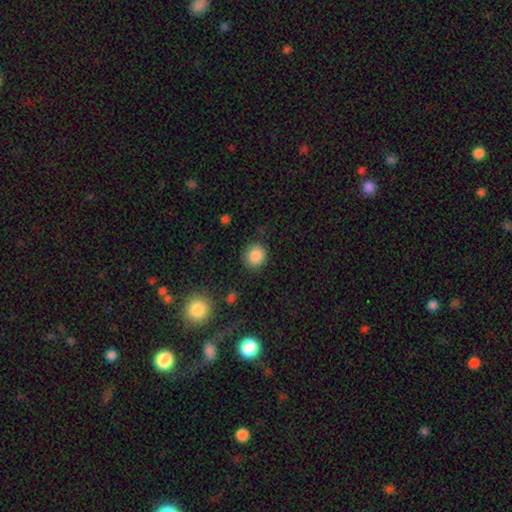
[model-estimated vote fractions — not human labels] Smooth or featured?
  - smooth: 87% *
  - star or artifact: 9%
  - featured or disk: 4%
How rounded?
  - round: 82% *
  - in between: 17%
  - cigar-shaped: 1%
Merging?
  - none: 85% *
  - minor disturbance: 10%
  - major disturbance: 3%
  - merger: 2%